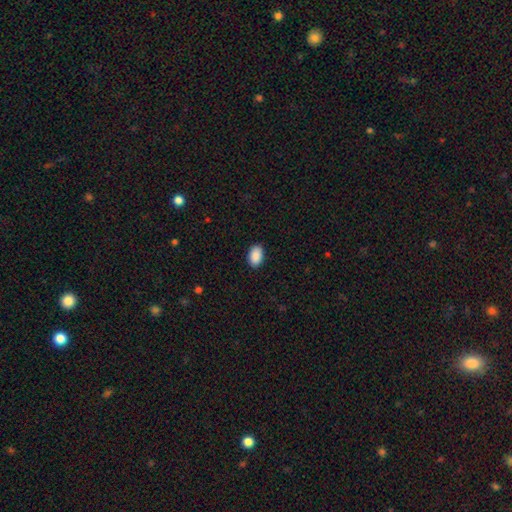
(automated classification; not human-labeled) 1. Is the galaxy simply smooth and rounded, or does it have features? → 91% smooth, 7% star or artifact, 3% featured or disk.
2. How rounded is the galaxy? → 92% in between, 7% round, 1% cigar-shaped.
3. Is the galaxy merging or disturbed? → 90% none, 7% minor disturbance, 2% major disturbance, 1% merger.